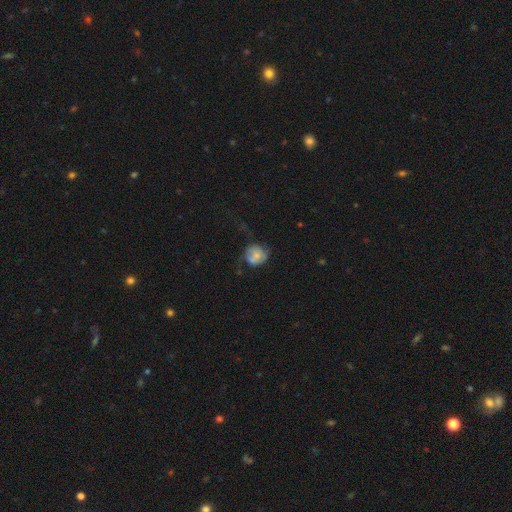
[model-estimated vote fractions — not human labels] The model was most divided on "merging": none: 41%, minor disturbance: 28%, major disturbance: 23%, merger: 8%. More confident: how rounded — round (74%); smooth or featured — smooth (60%).